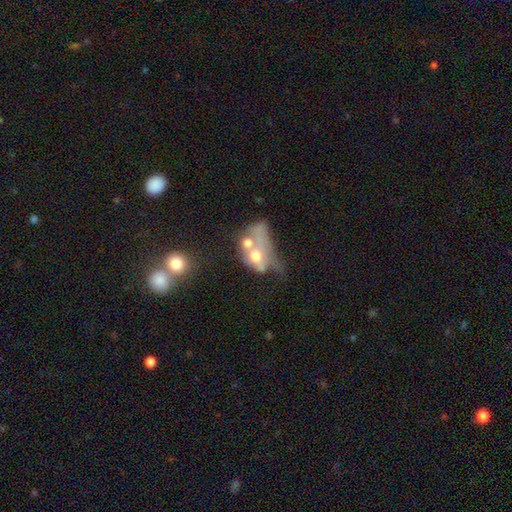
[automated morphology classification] smooth-or-featured: smooth: 47% | featured or disk: 42% | star or artifact: 11%
  merging: merger: 60% | major disturbance: 21% | none: 10% | minor disturbance: 8%